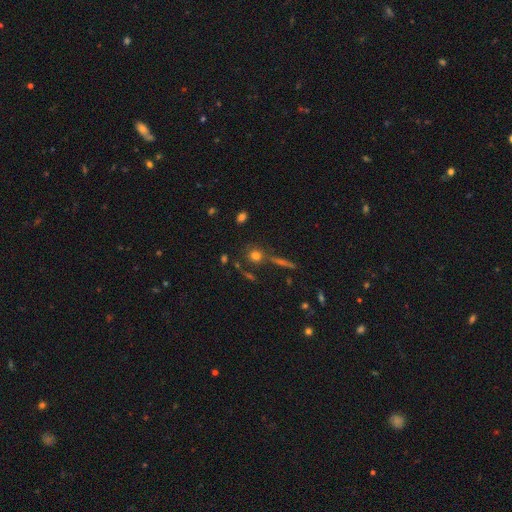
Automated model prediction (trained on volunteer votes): Q: Smooth or featured?
A: smooth (71%); runner-up: star or artifact (15%)
Q: How rounded?
A: round (85%); runner-up: in between (11%)
Q: Merging?
A: none (73%); runner-up: merger (12%)